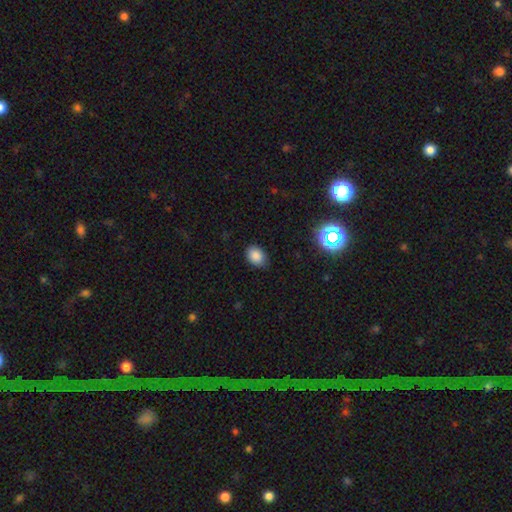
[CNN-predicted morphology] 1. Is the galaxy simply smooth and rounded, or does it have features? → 85% smooth, 11% star or artifact, 4% featured or disk.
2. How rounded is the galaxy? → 70% in between, 29% round, 1% cigar-shaped.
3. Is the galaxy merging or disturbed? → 82% none, 14% minor disturbance, 3% major disturbance, 1% merger.